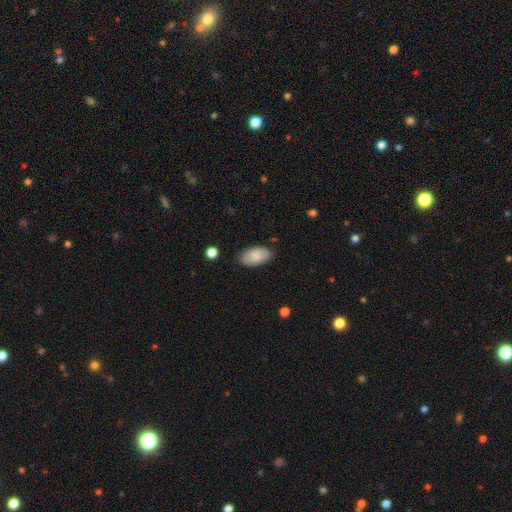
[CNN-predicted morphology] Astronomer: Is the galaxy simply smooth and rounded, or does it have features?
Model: smooth — 80%.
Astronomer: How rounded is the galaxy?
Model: in between — 95%.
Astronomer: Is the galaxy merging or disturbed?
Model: none — 81%.